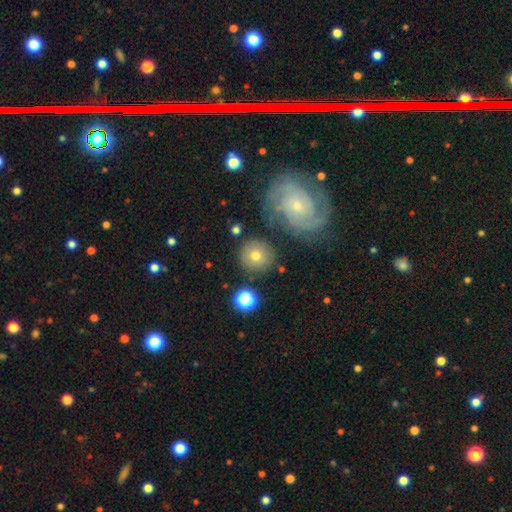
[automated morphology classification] type=smooth (66%); roundness=round (92%); merging=none (82%).